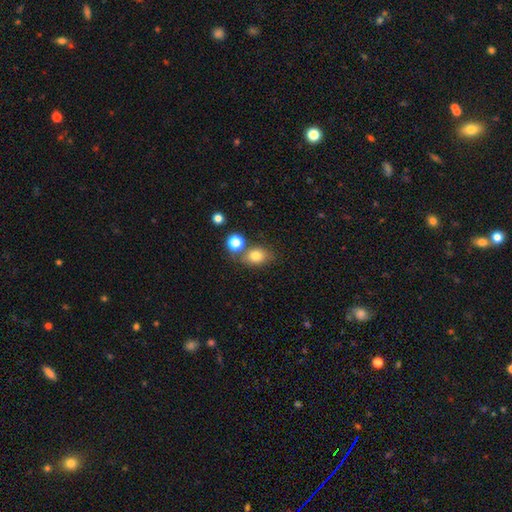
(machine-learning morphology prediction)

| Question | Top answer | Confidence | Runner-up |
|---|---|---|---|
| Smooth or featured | smooth | 80% | star or artifact (11%) |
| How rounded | in between | 53% | round (45%) |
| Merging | none | 63% | merger (19%) |